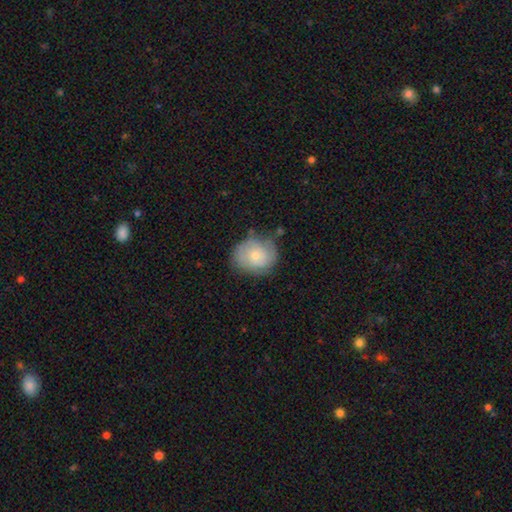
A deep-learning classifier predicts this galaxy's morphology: Smooth or featured: smooth — 52% (featured or disk — 41%)
How rounded: round — 71% (in between — 28%)
Merging: none — 66% (minor disturbance — 24%)